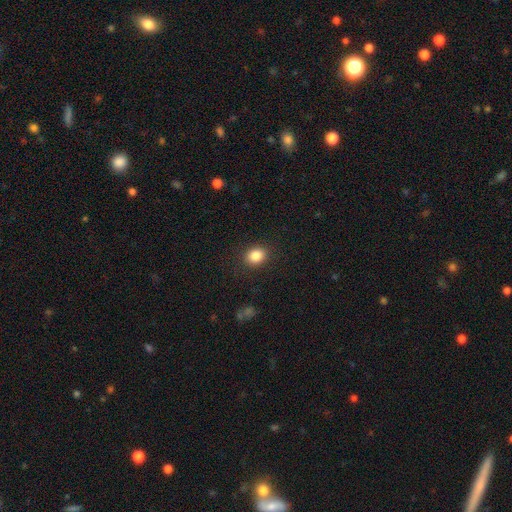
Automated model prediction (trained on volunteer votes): The model was most divided on "how rounded": round: 57%, in between: 42%, cigar-shaped: 1%. More confident: merging — none (88%); smooth or featured — smooth (86%).